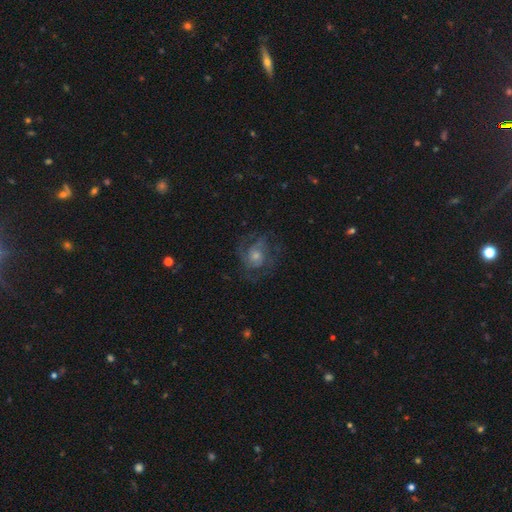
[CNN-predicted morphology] Smooth or featured? Predicted: featured or disk (p=0.73). Edge-on disk? Predicted: no (p=0.98). Bar? Predicted: no (p=0.74). Spiral arms? Predicted: yes (p=0.89). Spiral winding? Predicted: medium (p=0.44). Spiral arm count? Predicted: 2 (p=0.30). Bulge size? Predicted: moderate (p=0.47). Merging? Predicted: none (p=0.70).